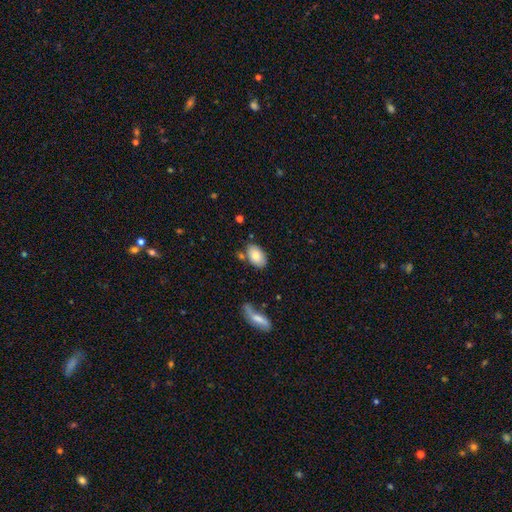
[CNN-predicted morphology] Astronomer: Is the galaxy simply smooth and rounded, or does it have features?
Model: smooth — 81%.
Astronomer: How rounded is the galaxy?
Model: in between — 91%.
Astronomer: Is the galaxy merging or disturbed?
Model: none — 72%.